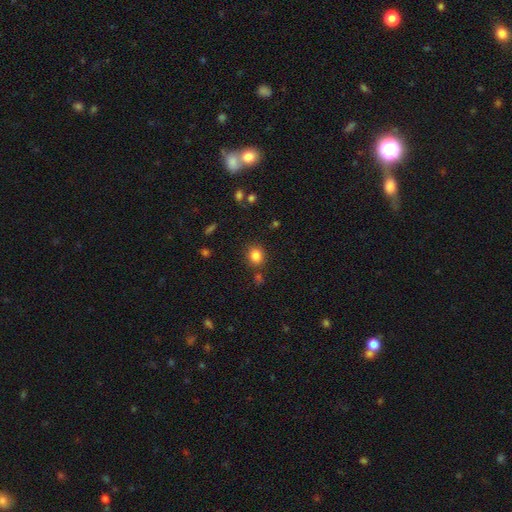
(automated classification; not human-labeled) A smooth galaxy with no disk features (83%) that is round (75%).

Vote fractions:
- Smooth or featured? smooth: 83% / star or artifact: 12% / featured or disk: 5%
- How rounded? round: 75% / in between: 24% / cigar-shaped: 1%
- Merging? none: 83% / minor disturbance: 9% / merger: 5% / major disturbance: 3%